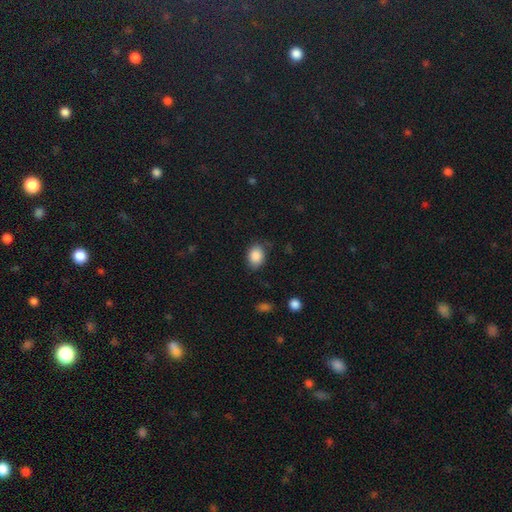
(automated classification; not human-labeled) Q: Smooth or featured?
A: smooth (87%); runner-up: star or artifact (8%)
Q: How rounded?
A: in between (64%); runner-up: round (35%)
Q: Merging?
A: none (78%); runner-up: minor disturbance (17%)